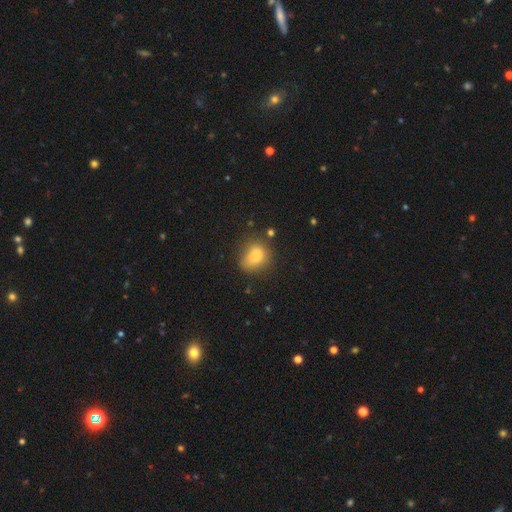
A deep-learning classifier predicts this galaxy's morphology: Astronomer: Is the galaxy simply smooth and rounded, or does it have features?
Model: smooth — 81%.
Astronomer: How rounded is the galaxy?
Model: in between — 58% (runner-up: round, 40%).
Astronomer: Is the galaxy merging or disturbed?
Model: none — 54% (runner-up: minor disturbance, 30%).